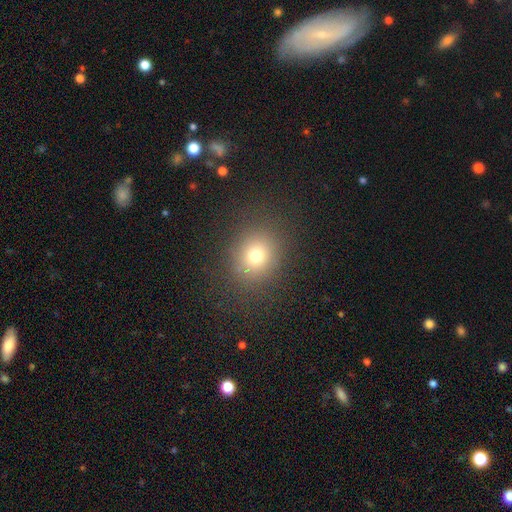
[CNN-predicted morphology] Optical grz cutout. It shows a smooth galaxy with no disk features (72%) that is round (79%). Merging: none (85%).